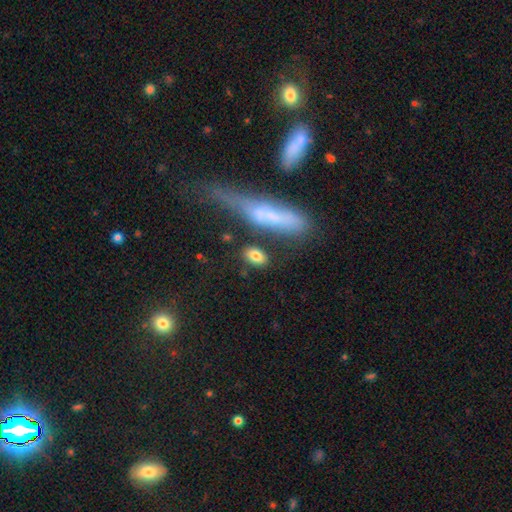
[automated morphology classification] smooth 81%, featured or disk 12%, star or artifact 8%. Down the decision tree: how rounded — in between (83%); merging — none (78%).